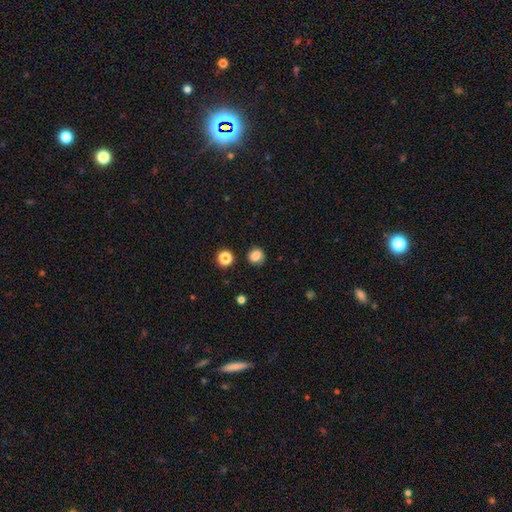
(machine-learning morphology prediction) Smooth or featured? Predicted: smooth (p=0.79). How rounded? Predicted: round (p=0.84). Merging? Predicted: none (p=0.82).